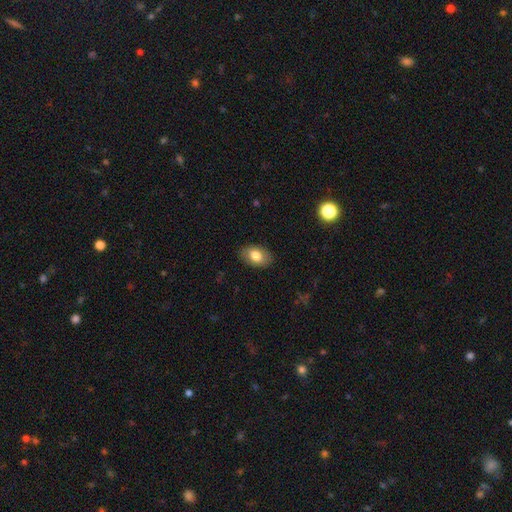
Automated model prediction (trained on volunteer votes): Smooth or featured? smooth (79%)
How rounded? in between (87%)
Merging? none (86%)